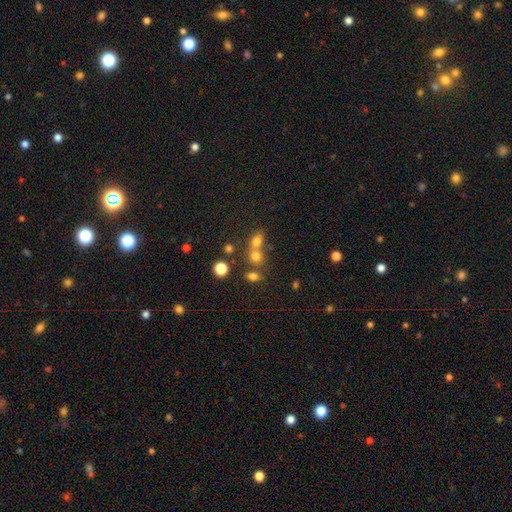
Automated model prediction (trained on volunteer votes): smooth 64%, star or artifact 22%, featured or disk 14%. Down the decision tree: how rounded — round (60%); merging — merger (51%).